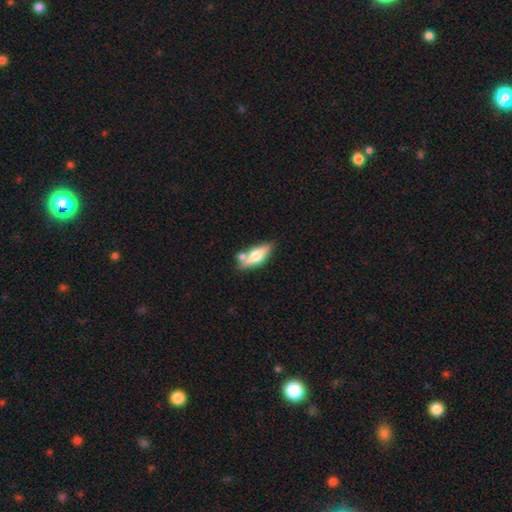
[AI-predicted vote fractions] Smooth or featured? Predicted: smooth (p=0.50). How rounded? Predicted: in between (p=0.61). Merging? Predicted: none (p=0.59).